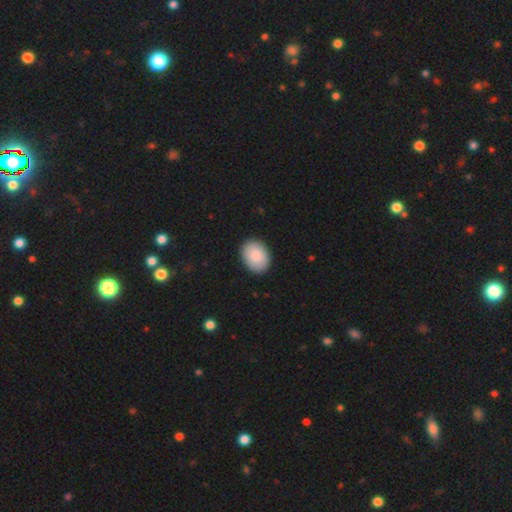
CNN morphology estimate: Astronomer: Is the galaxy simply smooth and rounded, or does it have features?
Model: smooth — 89%.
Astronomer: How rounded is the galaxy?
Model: in between — 73%.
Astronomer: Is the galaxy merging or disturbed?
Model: none — 89%.